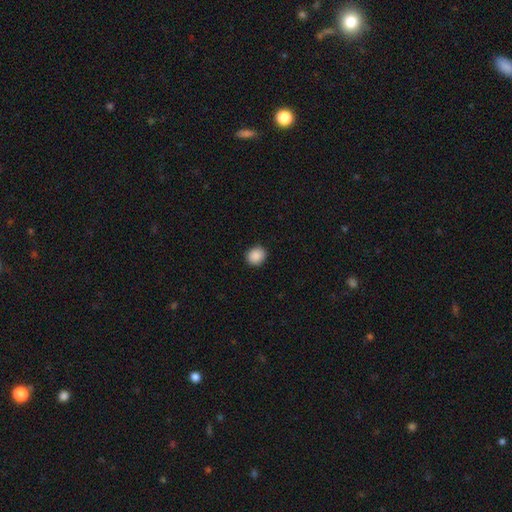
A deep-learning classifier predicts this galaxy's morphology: The model was most divided on "how rounded": round: 75%, in between: 24%, cigar-shaped: 1%. More confident: merging — none (90%); smooth or featured — smooth (89%).